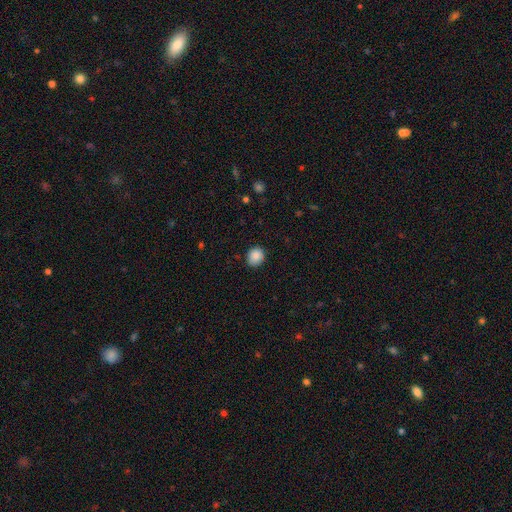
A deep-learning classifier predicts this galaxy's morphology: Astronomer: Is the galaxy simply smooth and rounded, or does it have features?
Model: smooth — 87%.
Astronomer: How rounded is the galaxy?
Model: round — 74%.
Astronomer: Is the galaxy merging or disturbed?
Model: none — 84%.